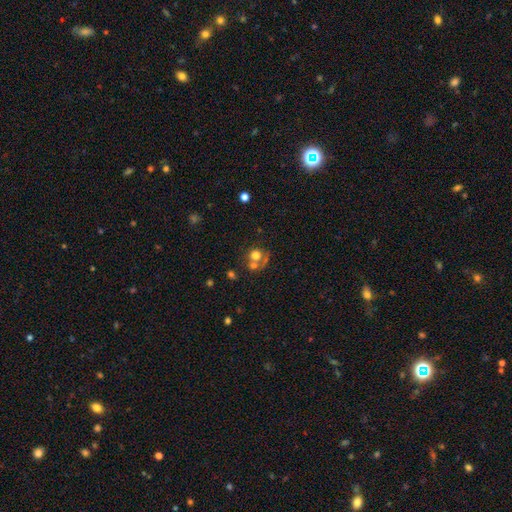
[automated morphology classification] type=smooth (65%); roundness=round (77%); merging=merger (42%).